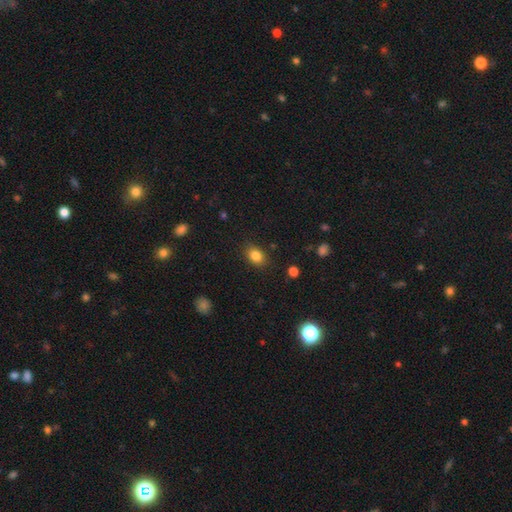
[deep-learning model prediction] Q: Smooth or featured?
A: smooth (84%); runner-up: star or artifact (10%)
Q: How rounded?
A: in between (73%); runner-up: round (26%)
Q: Merging?
A: none (85%); runner-up: minor disturbance (11%)